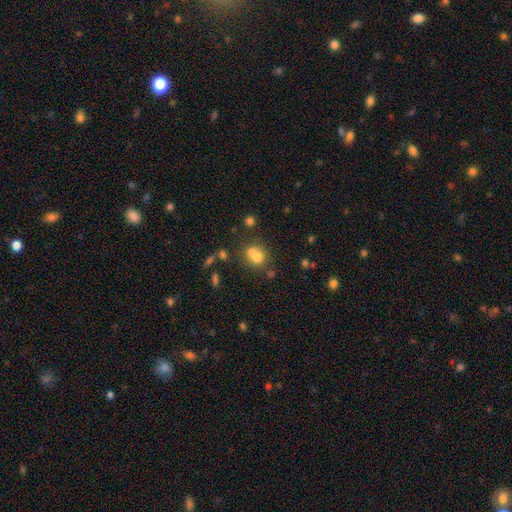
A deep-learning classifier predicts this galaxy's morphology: Smooth or featured? smooth (68%)
How rounded? round (64%)
Merging? merger (52%)